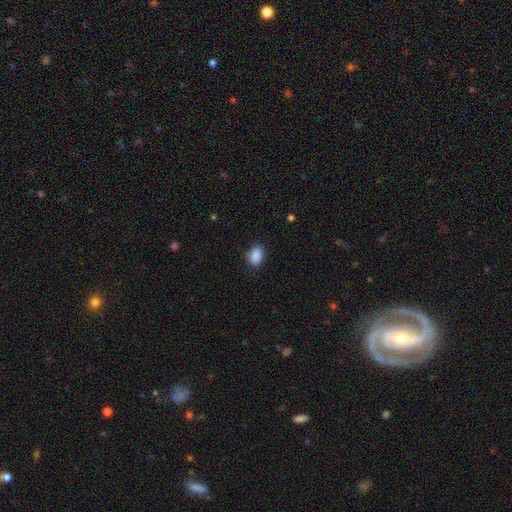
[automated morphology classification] Smooth or featured? smooth (89%)
How rounded? in between (85%)
Merging? none (82%)